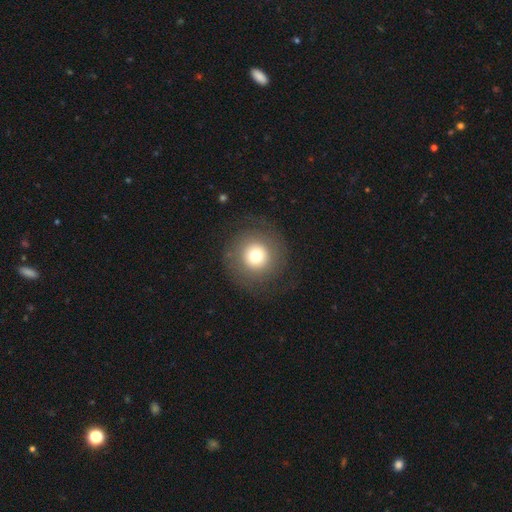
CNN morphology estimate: A smooth galaxy with no disk features (66%) that is round (95%).

Vote fractions:
- Smooth or featured? smooth: 66% / featured or disk: 21% / star or artifact: 12%
- How rounded? round: 95% / in between: 4% / cigar-shaped: 1%
- Merging? none: 83% / minor disturbance: 9% / major disturbance: 7% / merger: 1%